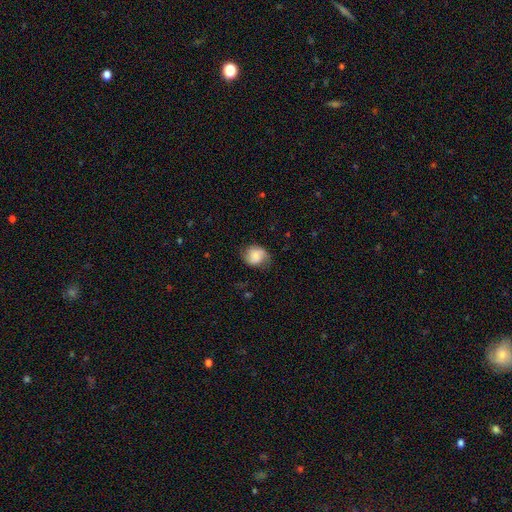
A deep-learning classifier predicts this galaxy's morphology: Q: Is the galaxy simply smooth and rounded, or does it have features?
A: smooth — 66%.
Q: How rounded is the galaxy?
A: round — 67%.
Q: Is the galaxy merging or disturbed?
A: none — 69%.